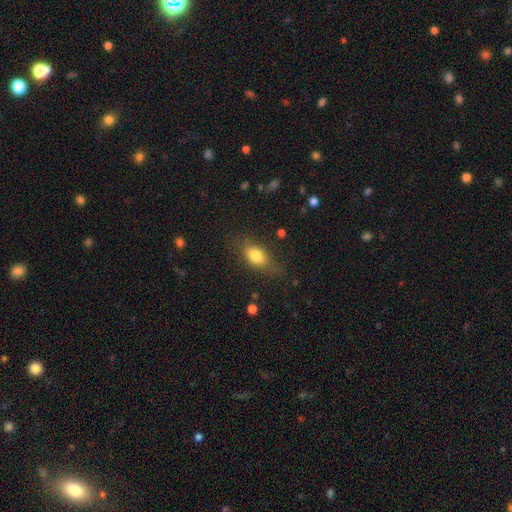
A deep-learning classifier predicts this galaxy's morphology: This is likely a smooth galaxy (78%). How rounded: clearly in between (81%). Merging: likely none (68%).